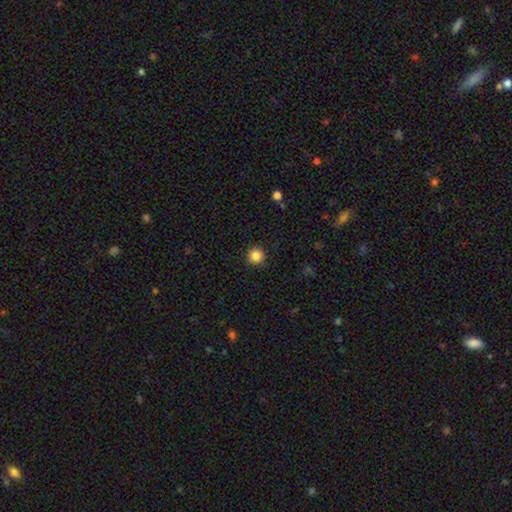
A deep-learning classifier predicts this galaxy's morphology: Q: Smooth or featured?
A: smooth (85%); runner-up: star or artifact (11%)
Q: How rounded?
A: round (96%); runner-up: in between (3%)
Q: Merging?
A: none (92%); runner-up: minor disturbance (5%)